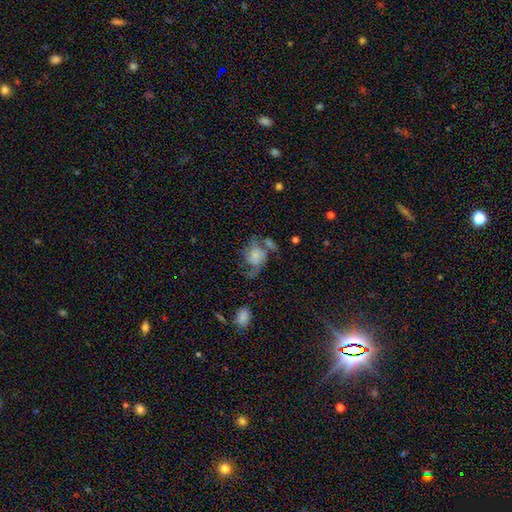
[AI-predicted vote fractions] smooth-or-featured: featured or disk: 58% | smooth: 33% | star or artifact: 9%
  disk-edge-on: no: 98% | yes: 2%
    bar: no: 73% | weak: 23% | strong: 4%
    has-spiral-arms: yes: 85% | no: 15%
    bulge-size: none: 36% | small: 30% | moderate: 18% | large: 12% | dominant: 4%
  merging: none: 34% | major disturbance: 28% | minor disturbance: 21% | merger: 17%